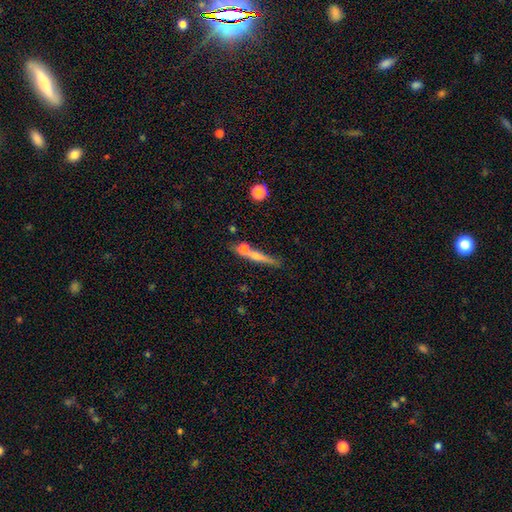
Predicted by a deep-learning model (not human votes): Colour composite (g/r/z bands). It shows a featured or disk galaxy (46%). Merging: none (63%).